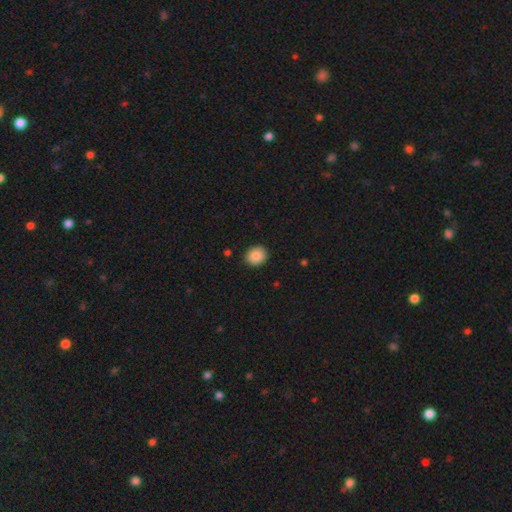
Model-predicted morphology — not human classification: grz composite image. It shows a smooth galaxy with no disk features (87%) that is round (62%). Merging: none (89%).